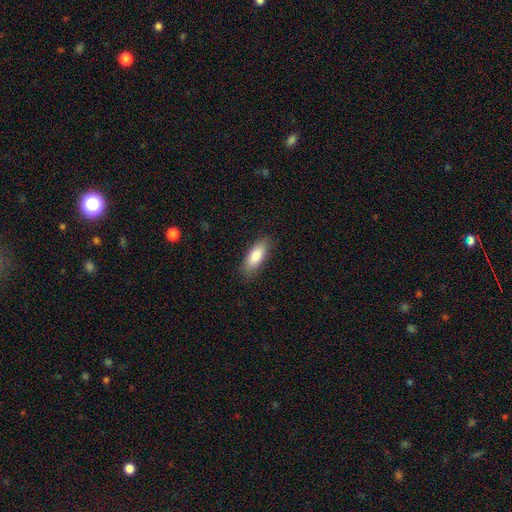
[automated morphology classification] smooth-or-featured: smooth: 83% | featured or disk: 10% | star or artifact: 6%
  how-rounded: in between: 73% | cigar-shaped: 25% | round: 2%
  merging: none: 85% | minor disturbance: 11% | major disturbance: 3% | merger: 1%